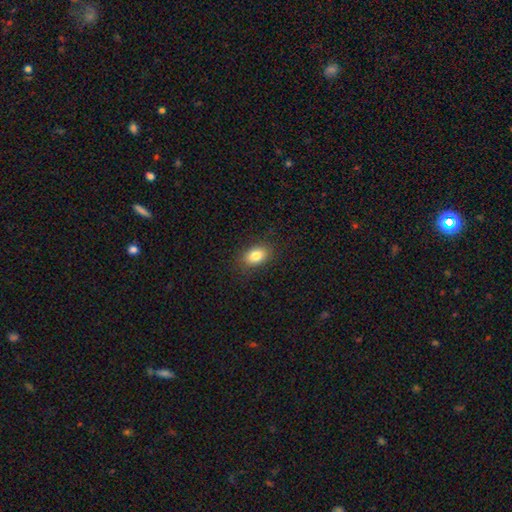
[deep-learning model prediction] Morphology: type=smooth (84%); roundness=in between (84%); merging=none (86%).